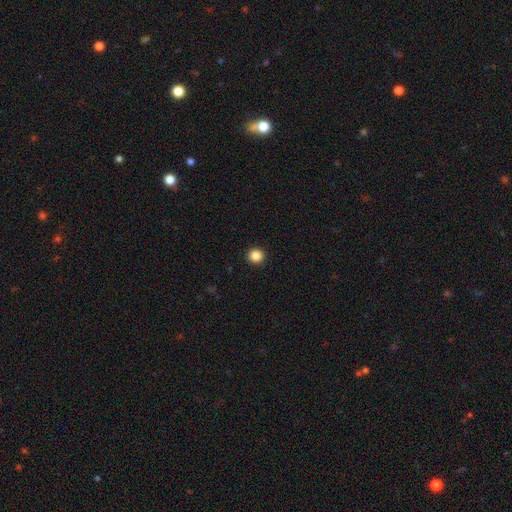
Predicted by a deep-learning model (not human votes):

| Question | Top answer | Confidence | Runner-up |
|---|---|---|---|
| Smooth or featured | smooth | 87% | star or artifact (10%) |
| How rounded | round | 91% | in between (8%) |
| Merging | none | 93% | minor disturbance (5%) |